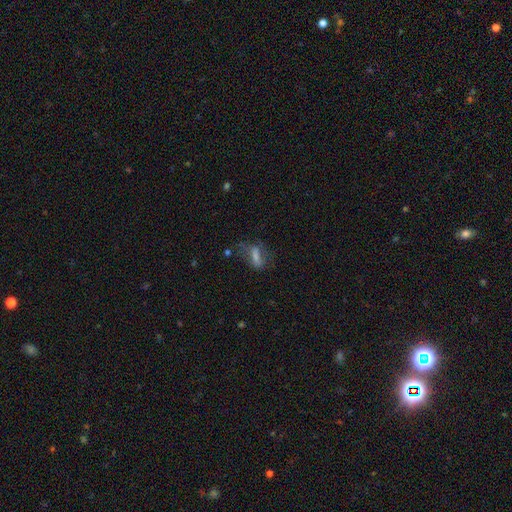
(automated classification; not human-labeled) Q: Smooth or featured?
A: smooth (46%); runner-up: featured or disk (37%)
Q: Merging?
A: none (55%); runner-up: minor disturbance (22%)